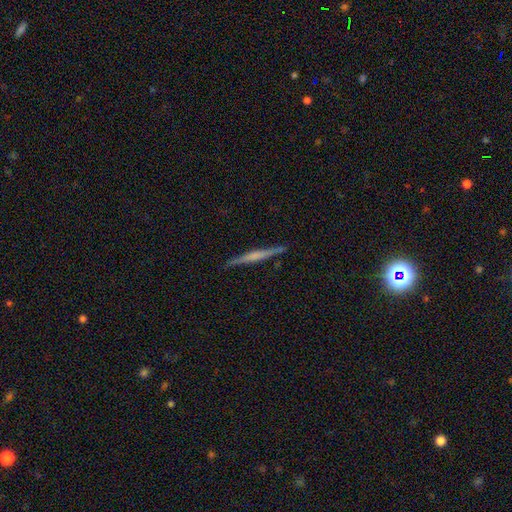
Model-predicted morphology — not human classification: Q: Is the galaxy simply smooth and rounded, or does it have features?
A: featured or disk — 66%.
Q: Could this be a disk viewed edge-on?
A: yes — 98%.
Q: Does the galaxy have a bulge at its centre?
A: rounded — 38%, tied with none.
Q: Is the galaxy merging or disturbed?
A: none — 90%.